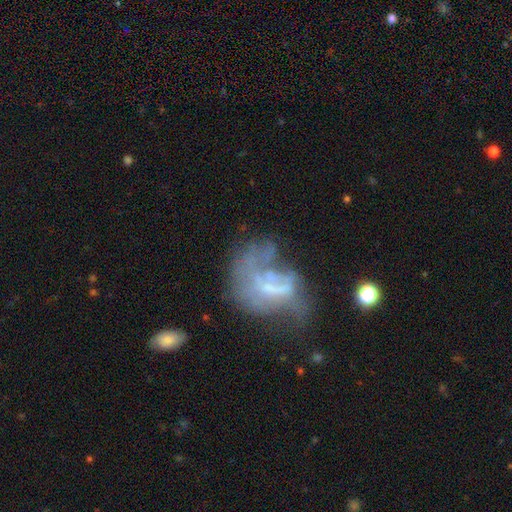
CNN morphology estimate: smooth-or-featured: featured or disk: 60% | smooth: 24% | star or artifact: 16%
  disk-edge-on: no: 97% | yes: 3%
    bar: no: 67% | weak: 23% | strong: 10%
    has-spiral-arms: no: 75% | yes: 25%
    bulge-size: none: 54% | small: 28% | moderate: 14% | large: 3% | dominant: 1%
  merging: major disturbance: 46% | none: 23% | minor disturbance: 16% | merger: 14%